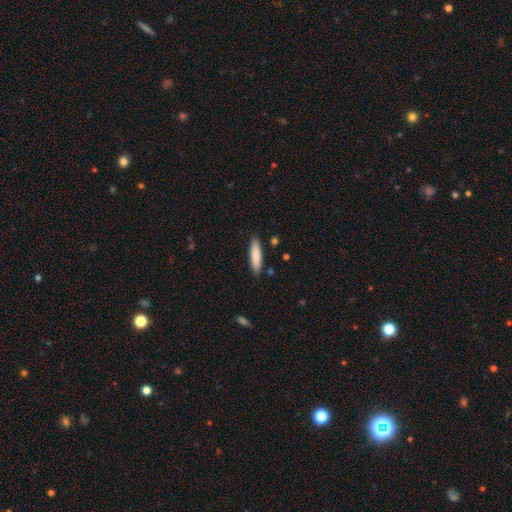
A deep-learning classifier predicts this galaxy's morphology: Smooth or featured? Predicted: smooth (p=0.85). How rounded? Predicted: cigar-shaped (p=0.74). Merging? Predicted: none (p=0.87).